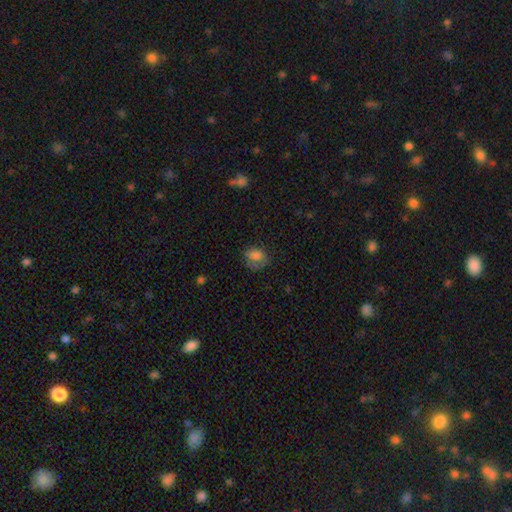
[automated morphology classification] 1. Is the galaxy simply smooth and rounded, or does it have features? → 75% smooth, 14% featured or disk, 11% star or artifact.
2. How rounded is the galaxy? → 50% in between, 49% round, 1% cigar-shaped.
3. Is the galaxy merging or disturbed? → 49% none, 28% minor disturbance, 21% major disturbance, 2% merger.